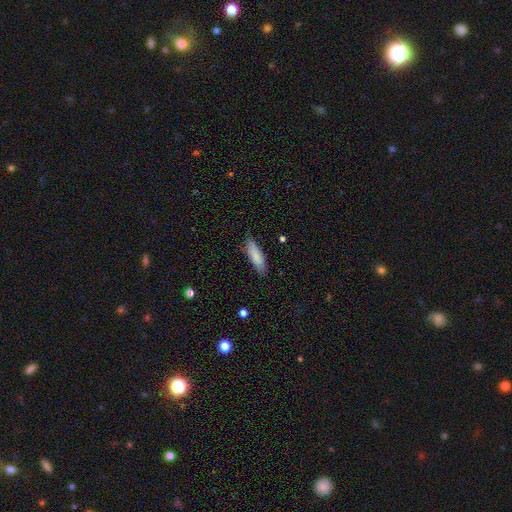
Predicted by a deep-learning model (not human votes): A smooth galaxy with no disk features (82%) that is cigar-shaped (52%). Merging: none (82%).